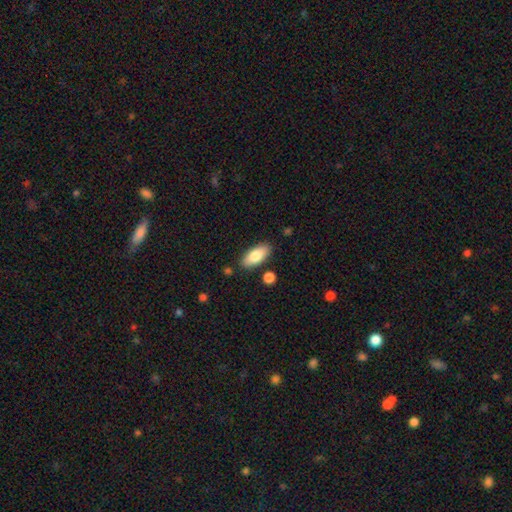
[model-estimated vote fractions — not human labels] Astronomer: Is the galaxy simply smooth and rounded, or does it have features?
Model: smooth — 81%.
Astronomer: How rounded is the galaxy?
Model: in between — 84%.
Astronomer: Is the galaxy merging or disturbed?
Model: none — 84%.